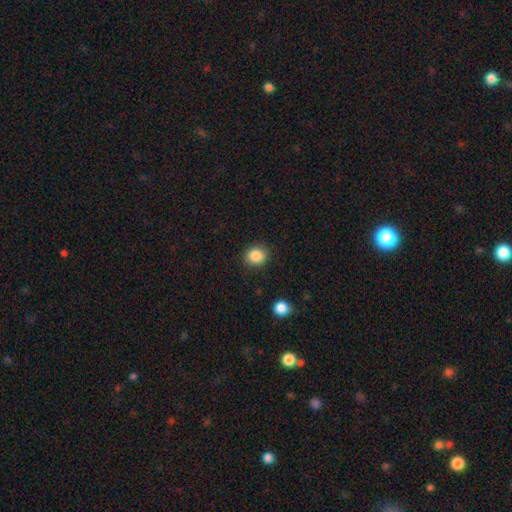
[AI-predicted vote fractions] Morphology: type=smooth (87%); roundness=round (72%); merging=none (87%).